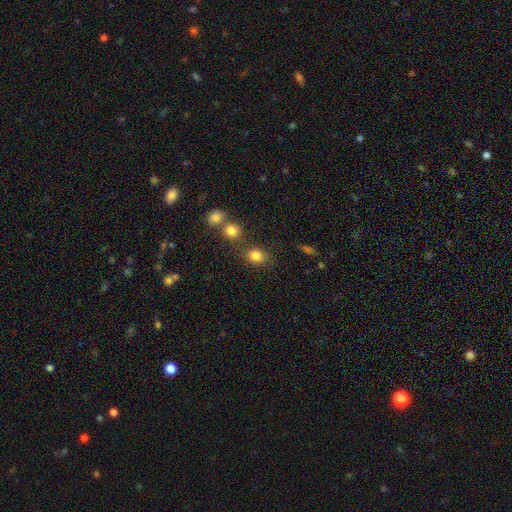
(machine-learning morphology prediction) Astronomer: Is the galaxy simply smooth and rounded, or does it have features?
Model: smooth — 82%.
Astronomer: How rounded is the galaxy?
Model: round — 64%.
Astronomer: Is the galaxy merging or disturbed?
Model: none — 71%.